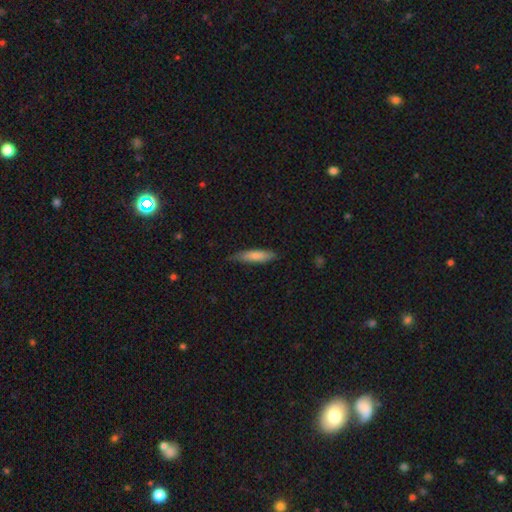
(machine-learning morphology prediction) Q: Smooth or featured?
A: smooth (79%); runner-up: featured or disk (16%)
Q: How rounded?
A: cigar-shaped (73%); runner-up: in between (25%)
Q: Merging?
A: none (74%); runner-up: minor disturbance (22%)